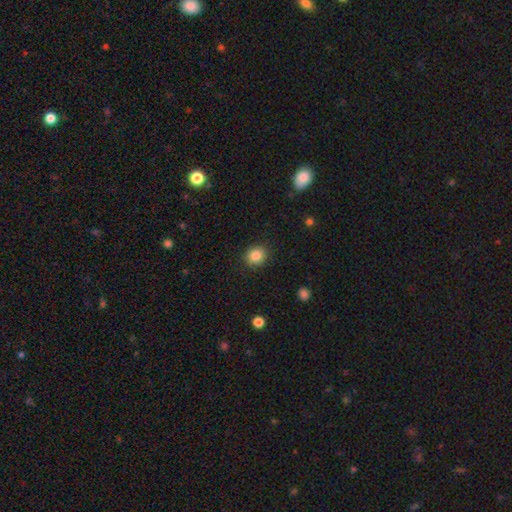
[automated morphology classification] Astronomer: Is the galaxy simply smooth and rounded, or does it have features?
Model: smooth — 86%.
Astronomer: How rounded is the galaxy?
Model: round — 75%.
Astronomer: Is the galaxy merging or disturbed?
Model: none — 89%.